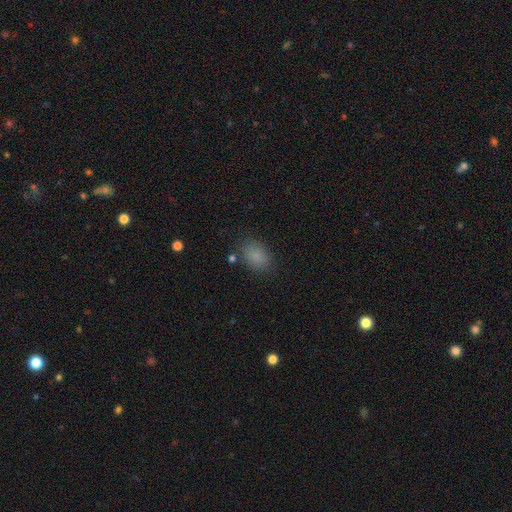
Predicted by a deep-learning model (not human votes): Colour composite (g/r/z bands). It shows a smooth galaxy with no disk features (83%) that is in between round and cigar-shaped (78%). Merging: none (82%).